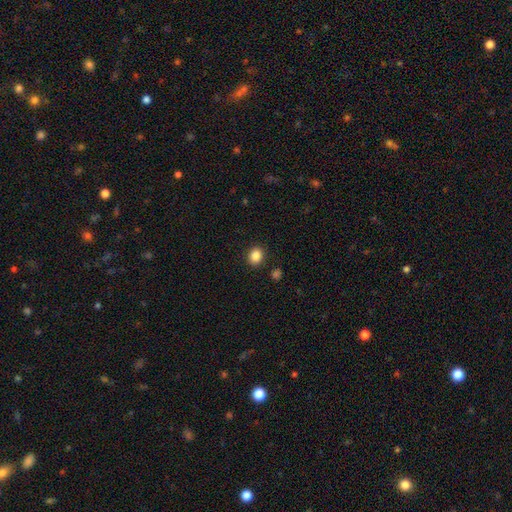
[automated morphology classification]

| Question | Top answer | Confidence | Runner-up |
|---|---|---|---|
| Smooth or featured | smooth | 86% | star or artifact (10%) |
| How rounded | round | 60% | in between (40%) |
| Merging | none | 89% | minor disturbance (7%) |